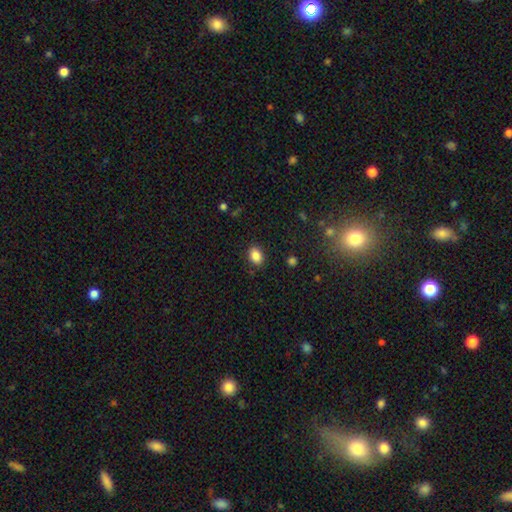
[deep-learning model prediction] Smooth or featured? Predicted: smooth (p=0.86). How rounded? Predicted: in between (p=0.74). Merging? Predicted: none (p=0.87).